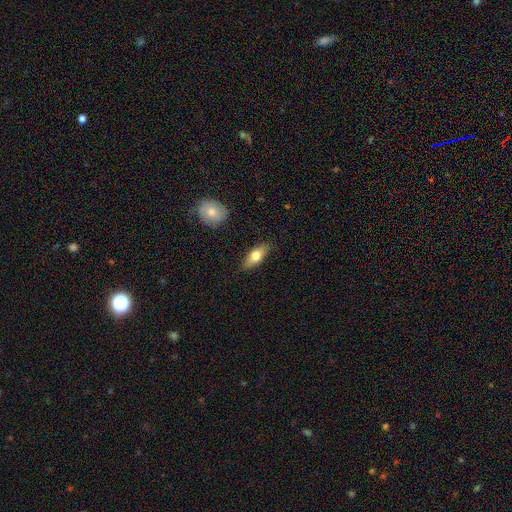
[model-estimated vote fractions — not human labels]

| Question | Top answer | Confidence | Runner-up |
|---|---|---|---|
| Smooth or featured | smooth | 67% | featured or disk (27%) |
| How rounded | in between | 74% | cigar-shaped (23%) |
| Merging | none | 85% | minor disturbance (11%) |